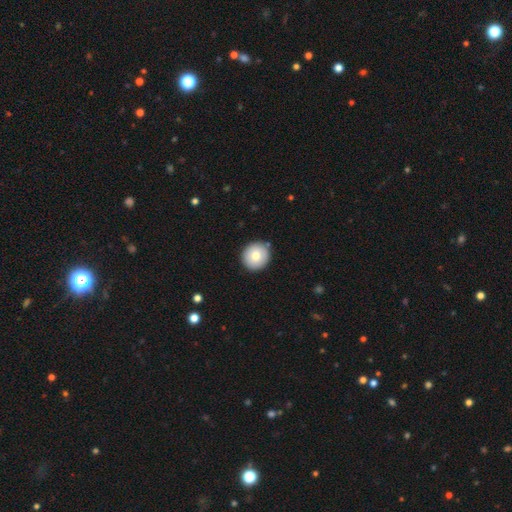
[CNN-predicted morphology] This is likely a smooth galaxy (76%). How rounded: clearly round (93%). Merging: clearly none (89%).